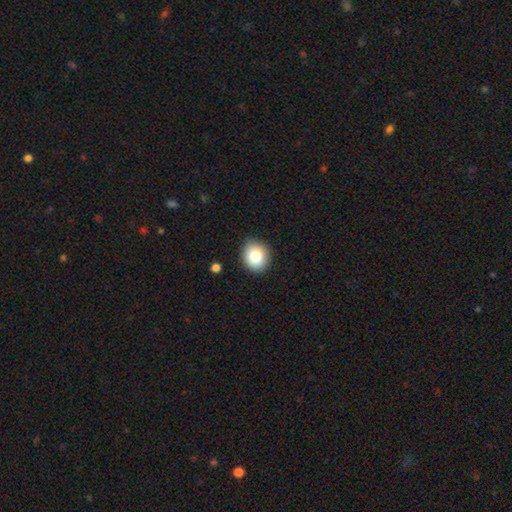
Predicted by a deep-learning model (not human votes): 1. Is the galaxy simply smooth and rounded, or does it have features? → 81% smooth, 10% star or artifact, 10% featured or disk.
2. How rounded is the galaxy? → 75% round, 24% in between, 1% cigar-shaped.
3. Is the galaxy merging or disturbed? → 88% none, 9% minor disturbance, 2% major disturbance, 1% merger.